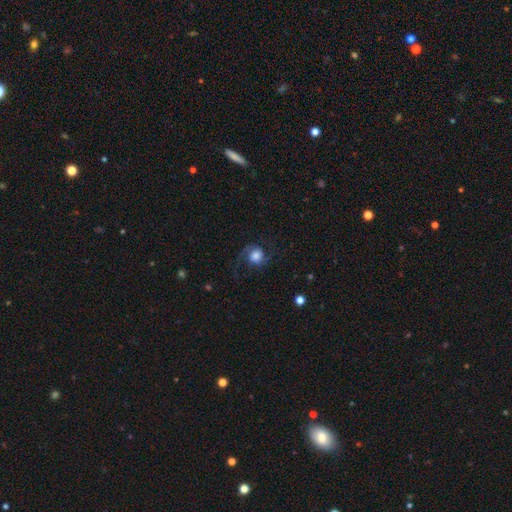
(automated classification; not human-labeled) smooth_or_featured: featured or disk (p=0.68) [alt: smooth p=0.24]
disk_edge_on: no (p=0.97) [alt: yes p=0.03]
bar: no (p=0.70) [alt: weak p=0.24]
has_spiral_arms: yes (p=0.95) [alt: no p=0.05]
spiral_winding: loose (p=0.51) [alt: medium p=0.40]
spiral_arm_count: 2 (p=0.90) [alt: 1 p=0.04]
bulge_size: large (p=0.38) [alt: moderate p=0.31]
merging: none (p=0.69) [alt: minor disturbance p=0.15]